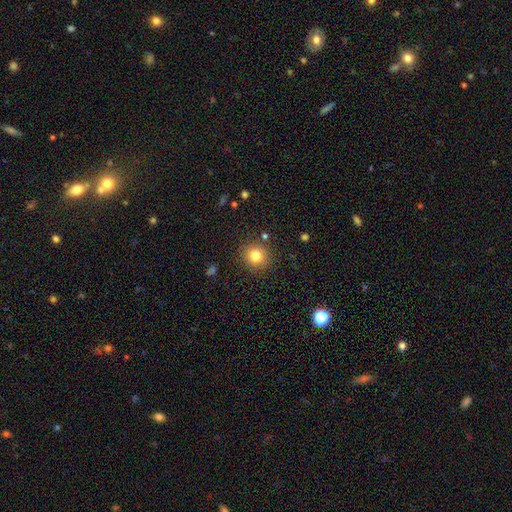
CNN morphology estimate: Smooth or featured: smooth — 80% (star or artifact — 12%)
How rounded: round — 91% (in between — 8%)
Merging: none — 87% (minor disturbance — 8%)